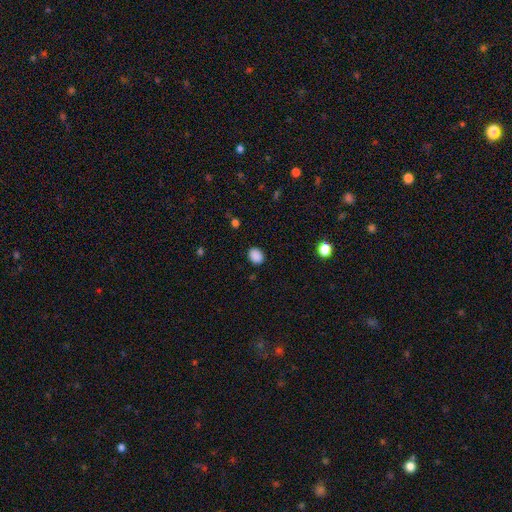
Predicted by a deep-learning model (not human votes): A smooth galaxy with no disk features (88%) that is in between round and cigar-shaped (55%). Merging: none (87%).